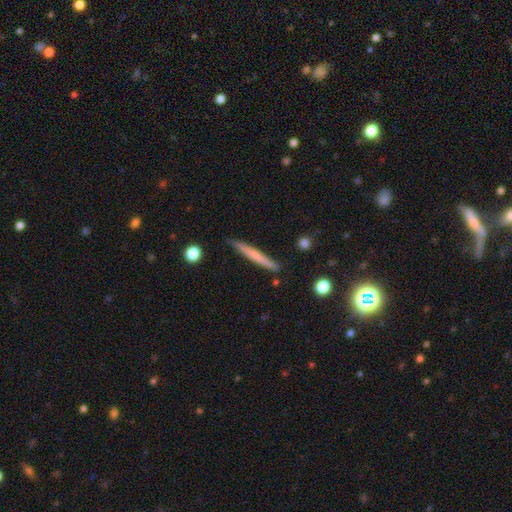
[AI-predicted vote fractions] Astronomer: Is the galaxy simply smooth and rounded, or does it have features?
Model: smooth — 56% (runner-up: featured or disk, 38%).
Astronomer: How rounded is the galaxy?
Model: cigar-shaped — 96%.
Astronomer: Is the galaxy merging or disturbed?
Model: none — 87%.